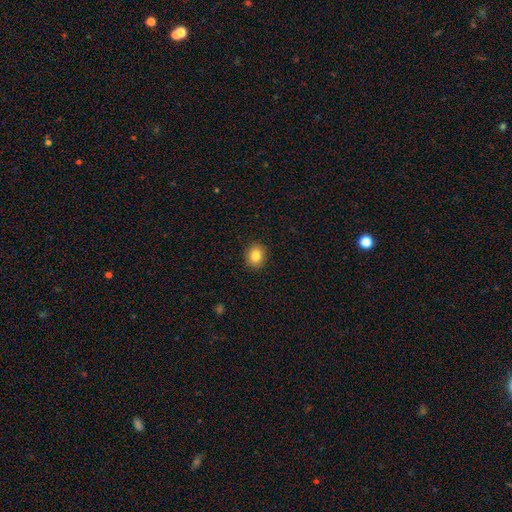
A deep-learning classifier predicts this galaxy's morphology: smooth-or-featured: smooth: 84% | star or artifact: 9% | featured or disk: 7%
  how-rounded: round: 66% | in between: 33% | cigar-shaped: 1%
  merging: none: 91% | minor disturbance: 6% | major disturbance: 2% | merger: 1%